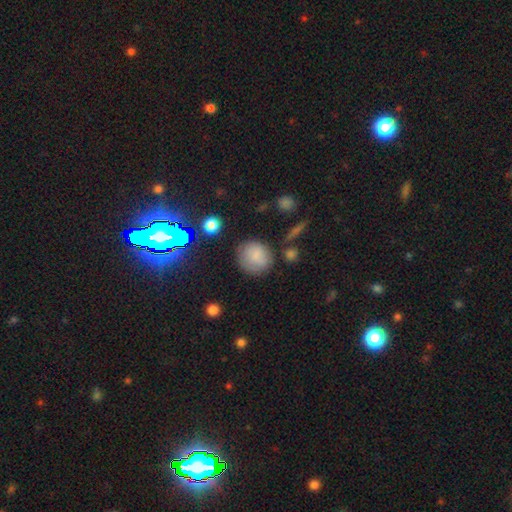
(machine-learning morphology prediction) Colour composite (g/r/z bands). It shows a smooth galaxy with no disk features (77%) that is round (84%). Merging: none (74%).